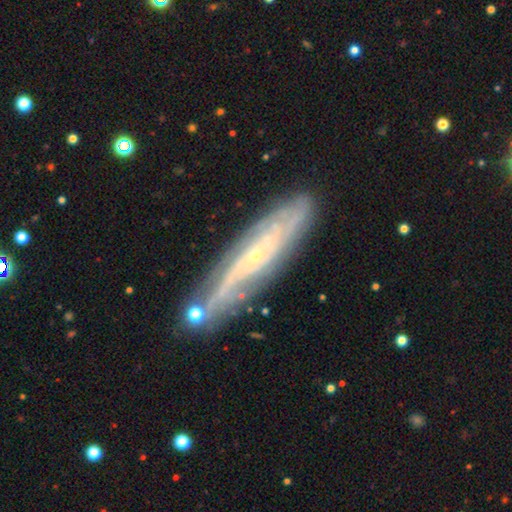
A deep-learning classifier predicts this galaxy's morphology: This is likely a featured or disk galaxy (79%). It is likely not viewed edge-on (64%). Bar: likely no (70%). Spiral arm pattern: clearly yes (88%). Central bulge: clearly small (85%). Merging: likely none (78%).